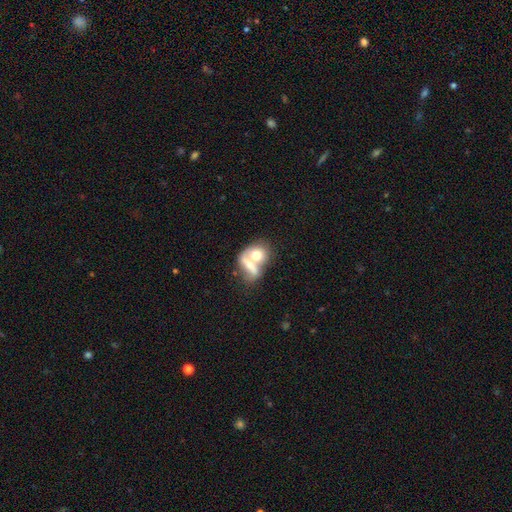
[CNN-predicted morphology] This is likely a smooth galaxy (63%). How rounded: possibly in between (54%). Merging: likely merger (69%).